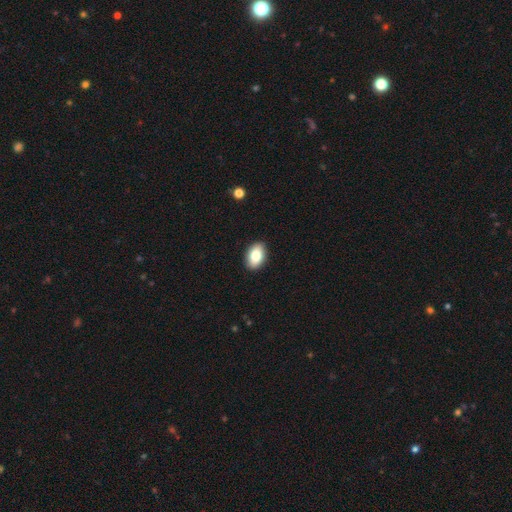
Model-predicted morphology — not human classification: This is clearly a smooth galaxy (82%). How rounded: clearly in between (90%). Merging: clearly none (90%).